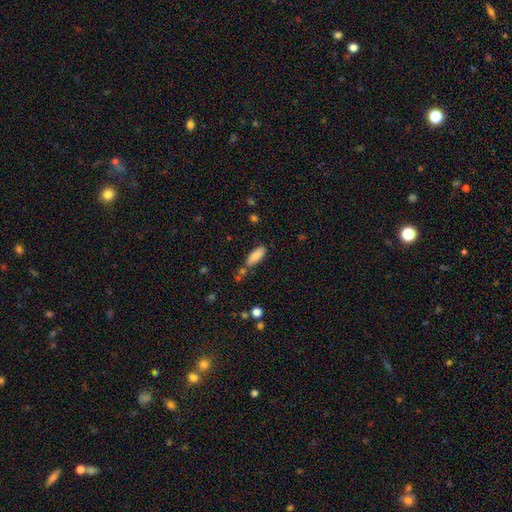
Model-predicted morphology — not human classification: Q: Smooth or featured?
A: smooth (85%); runner-up: star or artifact (7%)
Q: How rounded?
A: in between (69%); runner-up: cigar-shaped (29%)
Q: Merging?
A: none (64%); runner-up: minor disturbance (20%)